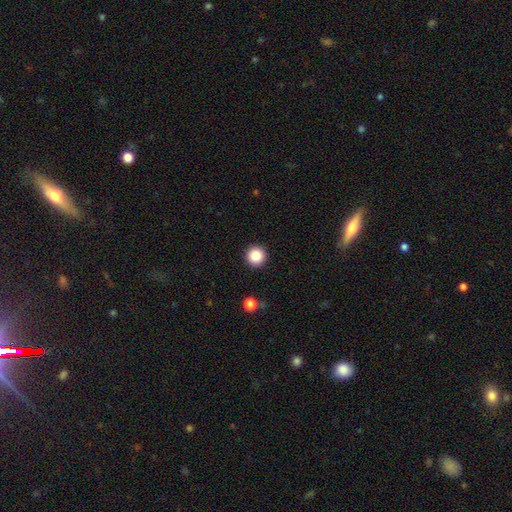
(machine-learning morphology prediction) Overall: smooth (86%). How rounded: round (97%). Merging: none (93%).